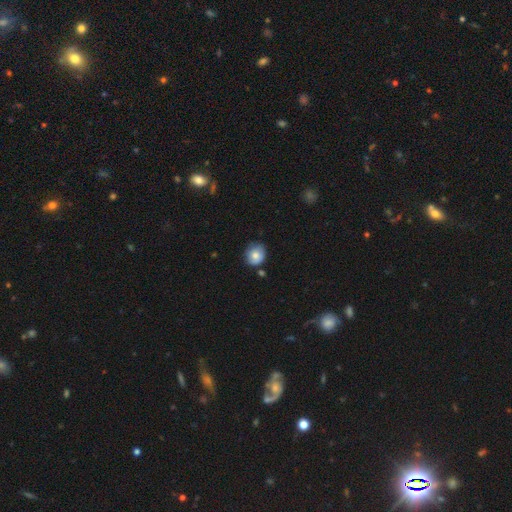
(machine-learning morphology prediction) Smooth or featured?
  - smooth: 76% *
  - featured or disk: 16%
  - star or artifact: 8%
How rounded?
  - round: 83% *
  - in between: 16%
  - cigar-shaped: 1%
Merging?
  - none: 70% *
  - minor disturbance: 22%
  - merger: 4%
  - major disturbance: 4%